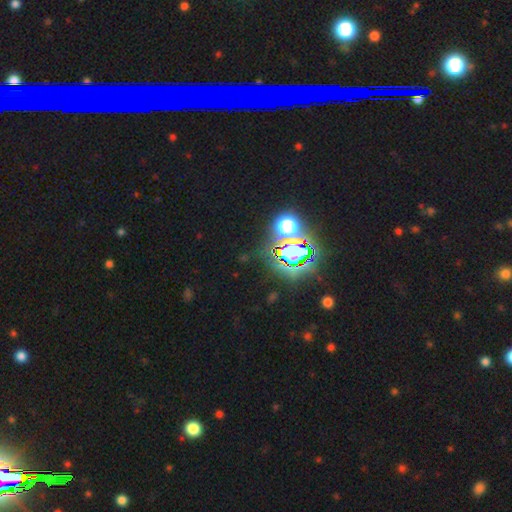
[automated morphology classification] Smooth or featured? Predicted: star or artifact (p=0.74).